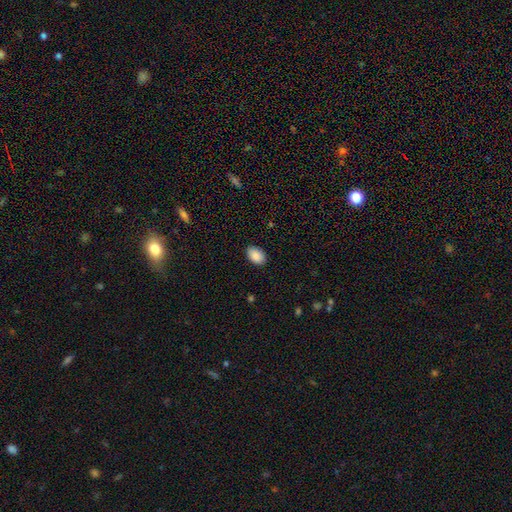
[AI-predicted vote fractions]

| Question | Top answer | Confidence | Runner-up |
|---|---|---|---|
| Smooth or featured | smooth | 89% | star or artifact (7%) |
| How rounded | in between | 89% | round (10%) |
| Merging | none | 88% | minor disturbance (9%) |